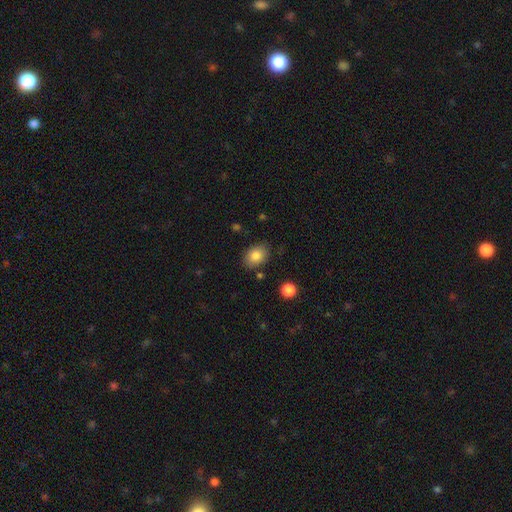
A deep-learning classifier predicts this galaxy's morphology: smooth-or-featured: smooth: 83% | star or artifact: 8% | featured or disk: 8%
  how-rounded: in between: 75% | round: 23% | cigar-shaped: 1%
  merging: none: 83% | minor disturbance: 12% | major disturbance: 3% | merger: 3%